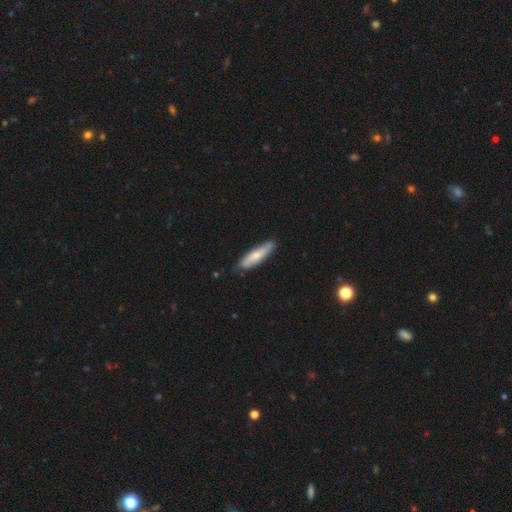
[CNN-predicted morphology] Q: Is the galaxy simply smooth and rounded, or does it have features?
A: smooth — 67%.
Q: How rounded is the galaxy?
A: cigar-shaped — 77%.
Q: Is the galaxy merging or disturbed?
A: none — 77%.